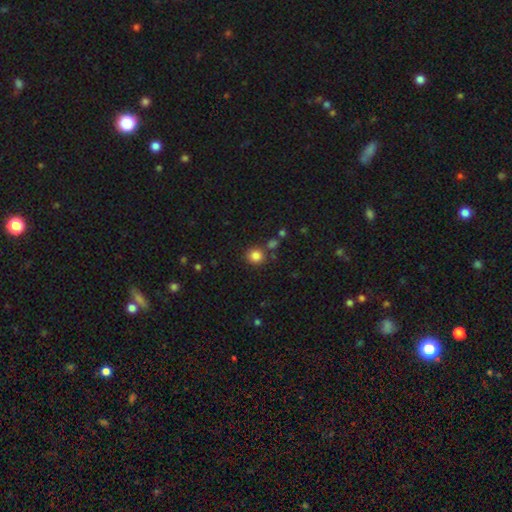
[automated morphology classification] smooth-or-featured: smooth: 83% | star or artifact: 12% | featured or disk: 5%
  how-rounded: round: 86% | in between: 13% | cigar-shaped: 1%
  merging: none: 81% | minor disturbance: 8% | merger: 8% | major disturbance: 3%